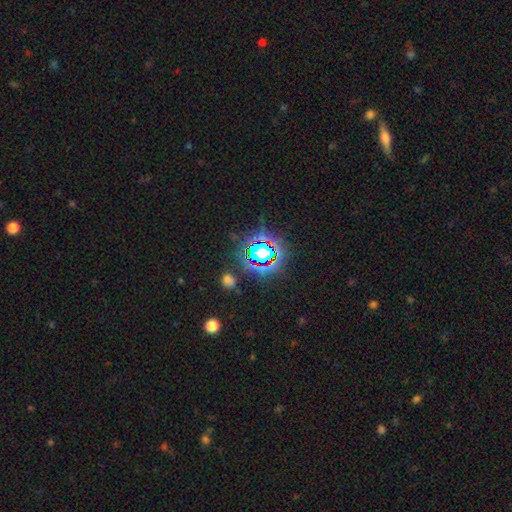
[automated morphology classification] Smooth or featured?
  - star or artifact: 80% *
  - smooth: 12%
  - featured or disk: 8%